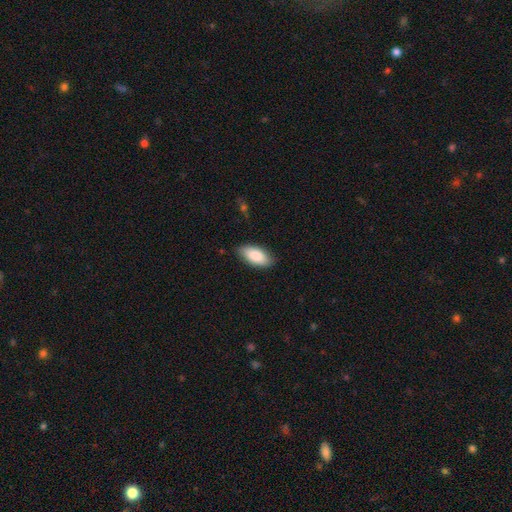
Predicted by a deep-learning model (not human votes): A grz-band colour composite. It shows a smooth galaxy with no disk features (87%) that is in between round and cigar-shaped (92%). Merging: none (83%).